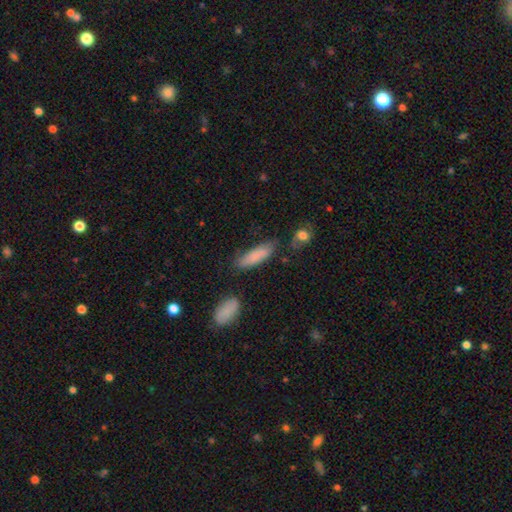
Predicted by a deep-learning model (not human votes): A smooth galaxy with no disk features (83%) that is cigar-shaped (58%).

Vote fractions:
- Smooth or featured? smooth: 83% / featured or disk: 10% / star or artifact: 7%
- How rounded? cigar-shaped: 58% / in between: 40% / round: 2%
- Merging? none: 69% / minor disturbance: 19% / major disturbance: 6% / merger: 6%